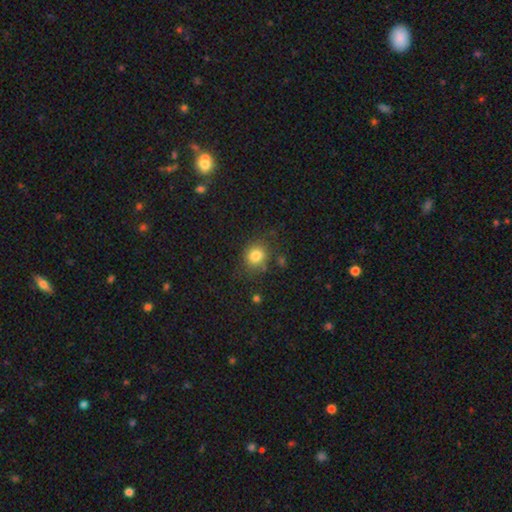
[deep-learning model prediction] Smooth or featured?
  - smooth: 81% *
  - star or artifact: 12%
  - featured or disk: 7%
How rounded?
  - round: 75% *
  - in between: 24%
  - cigar-shaped: 1%
Merging?
  - none: 76% *
  - minor disturbance: 15%
  - major disturbance: 5%
  - merger: 3%